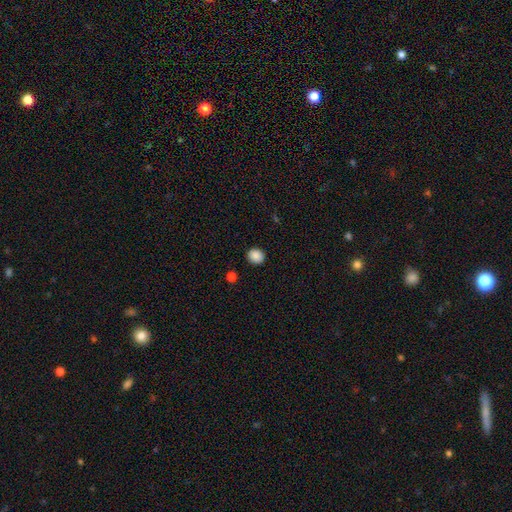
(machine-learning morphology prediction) Smooth or featured? Predicted: smooth (p=0.88). How rounded? Predicted: round (p=0.75). Merging? Predicted: none (p=0.90).